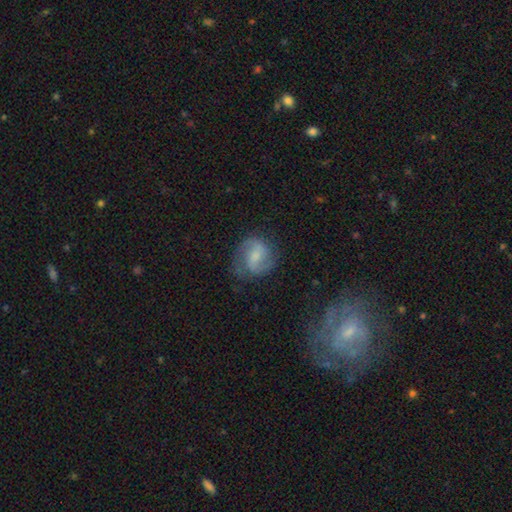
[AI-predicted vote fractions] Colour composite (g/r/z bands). It shows a featured or disk galaxy (69%) with a weak bar (52%), 2 (86%) medium (51%) spiral arms (93%) and a small central bulge (41%). Merging: none (72%).